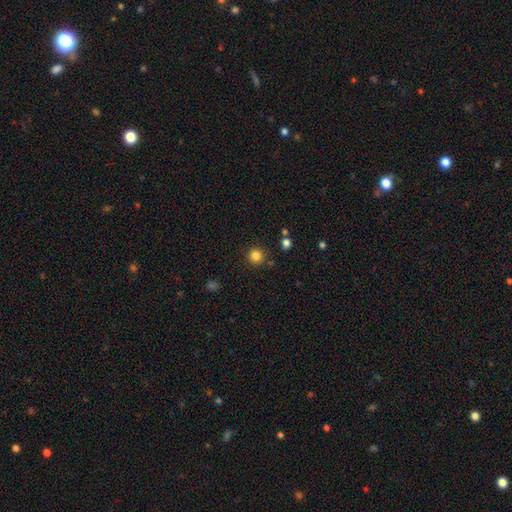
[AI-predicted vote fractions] The model was most divided on "smooth or featured": smooth: 83%, star or artifact: 12%, featured or disk: 4%. More confident: how rounded — round (95%); merging — none (88%).